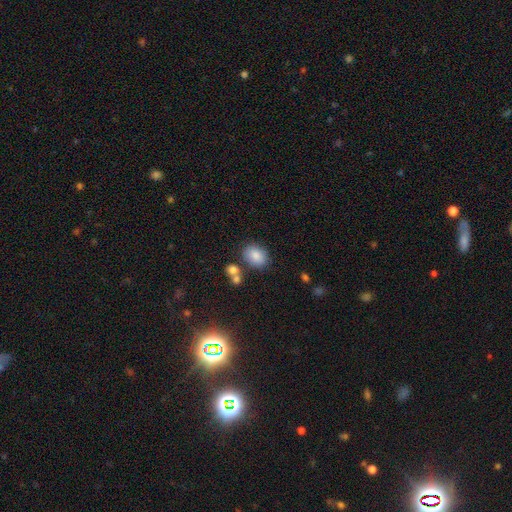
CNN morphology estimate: smooth 84%, star or artifact 8%, featured or disk 8%. Down the decision tree: how rounded — in between (66%); merging — none (72%).